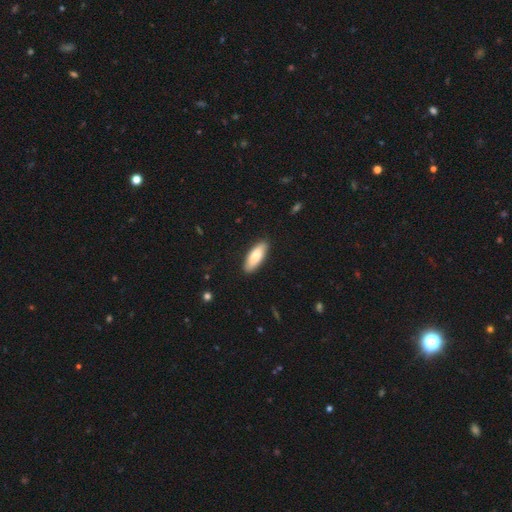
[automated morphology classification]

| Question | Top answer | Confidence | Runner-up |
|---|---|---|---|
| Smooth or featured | smooth | 82% | featured or disk (13%) |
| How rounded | in between | 68% | cigar-shaped (30%) |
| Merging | none | 88% | minor disturbance (10%) |